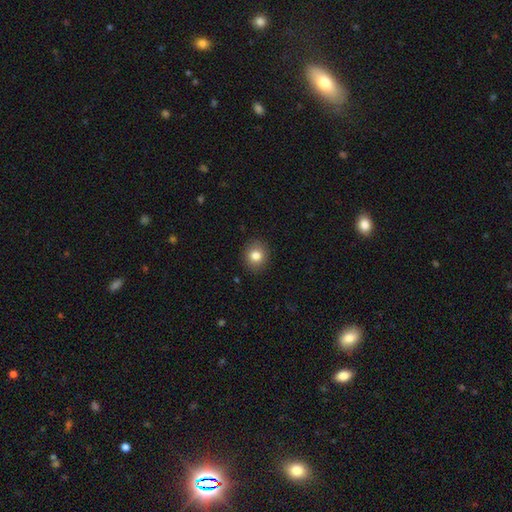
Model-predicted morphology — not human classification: A smooth galaxy with no disk features (82%) that is round (79%).

Vote fractions:
- Smooth or featured? smooth: 82% / star or artifact: 10% / featured or disk: 8%
- How rounded? round: 79% / in between: 20% / cigar-shaped: 1%
- Merging? none: 90% / minor disturbance: 7% / major disturbance: 2% / merger: 1%